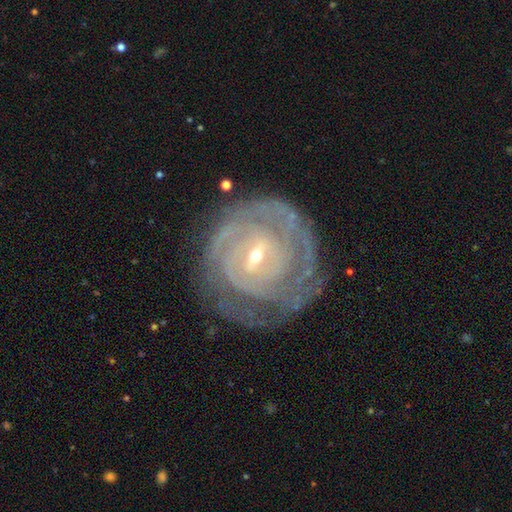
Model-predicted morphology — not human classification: A featured or disk galaxy (86%) with a weak bar (51%), tight (82%) spiral arms (94%) and a small central bulge (70%). Merging: none (71%).